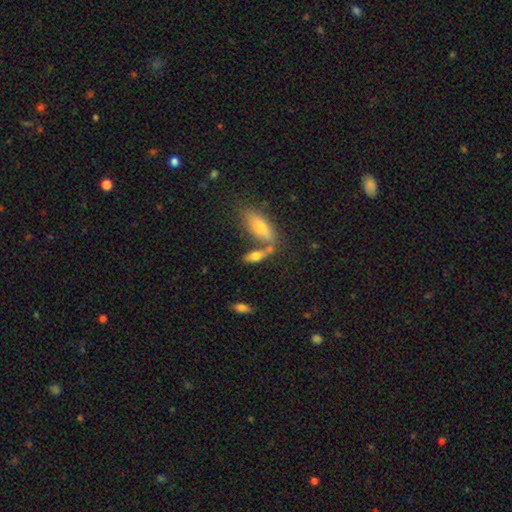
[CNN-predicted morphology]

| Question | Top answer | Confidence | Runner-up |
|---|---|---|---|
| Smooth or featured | smooth | 67% | featured or disk (24%) |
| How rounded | in between | 66% | cigar-shaped (30%) |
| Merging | none | 47% | merger (36%) |